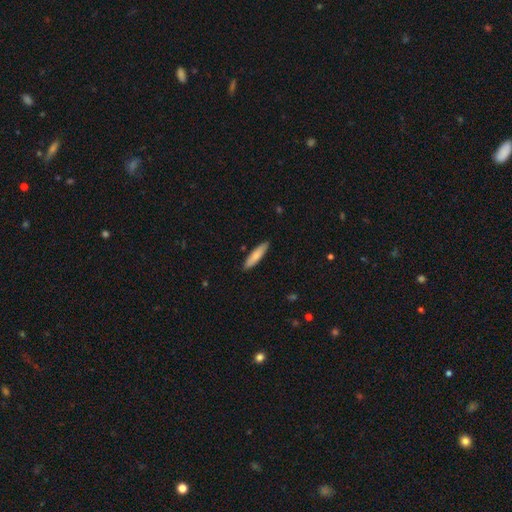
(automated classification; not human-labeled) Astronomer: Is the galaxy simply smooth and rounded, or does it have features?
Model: smooth — 77%.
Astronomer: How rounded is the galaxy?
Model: cigar-shaped — 78%.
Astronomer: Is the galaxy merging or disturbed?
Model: none — 88%.